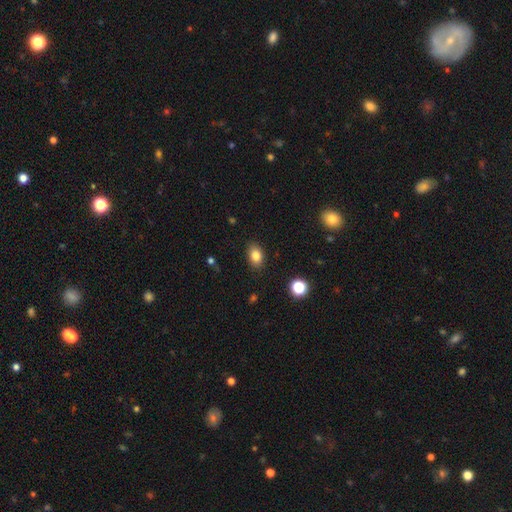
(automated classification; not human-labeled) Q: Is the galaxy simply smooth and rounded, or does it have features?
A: smooth — 82%.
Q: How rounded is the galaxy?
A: in between — 82%.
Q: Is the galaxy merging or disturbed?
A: none — 87%.